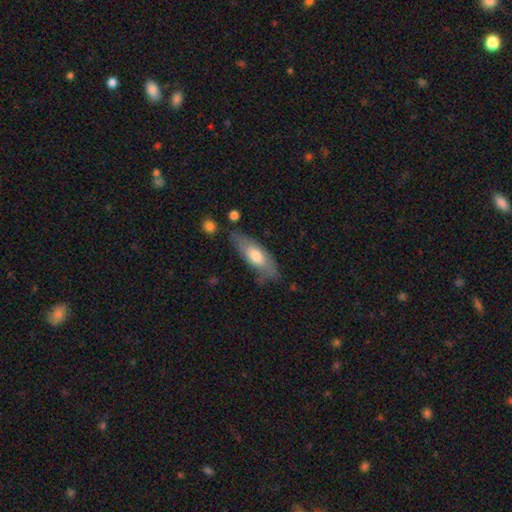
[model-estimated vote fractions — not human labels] Q: Smooth or featured?
A: smooth (61%); runner-up: featured or disk (33%)
Q: How rounded?
A: in between (60%); runner-up: cigar-shaped (38%)
Q: Merging?
A: none (71%); runner-up: minor disturbance (21%)